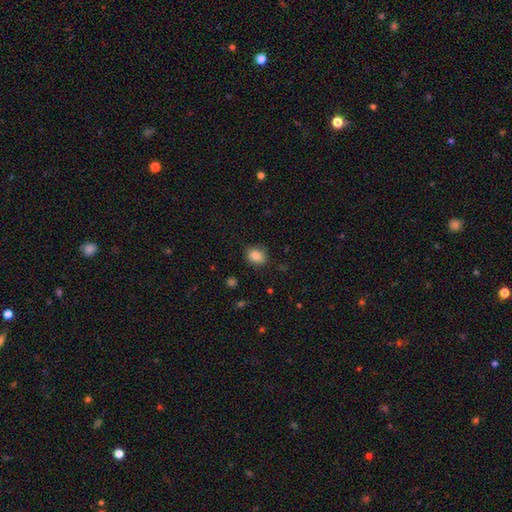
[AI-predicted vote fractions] Smooth or featured? smooth (85%)
How rounded? round (51%)
Merging? none (84%)